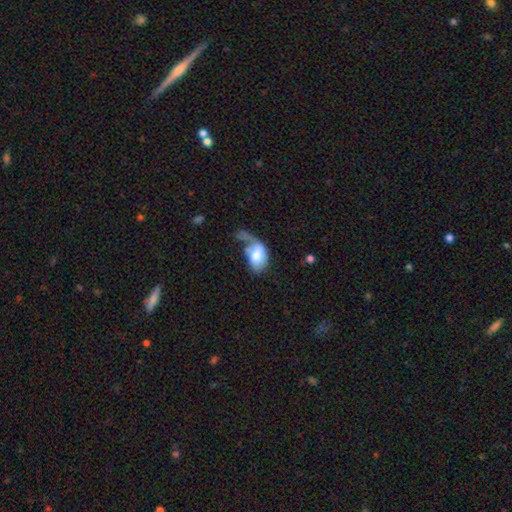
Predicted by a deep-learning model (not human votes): A smooth galaxy with no disk features (63%) that is in between round and cigar-shaped (89%). Merging: major disturbance (51%).